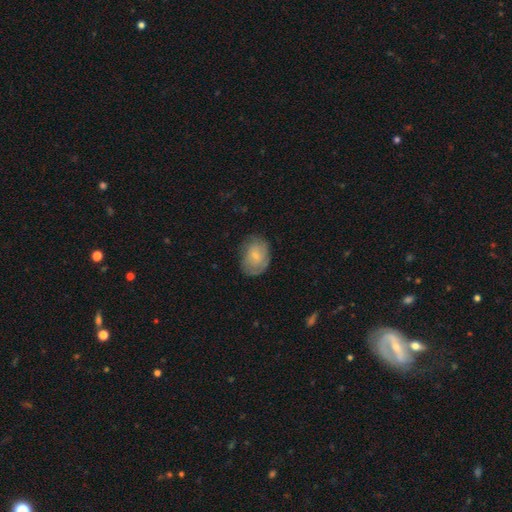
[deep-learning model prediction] Smooth or featured? Predicted: smooth (p=0.61). How rounded? Predicted: in between (p=0.65). Merging? Predicted: none (p=0.66).